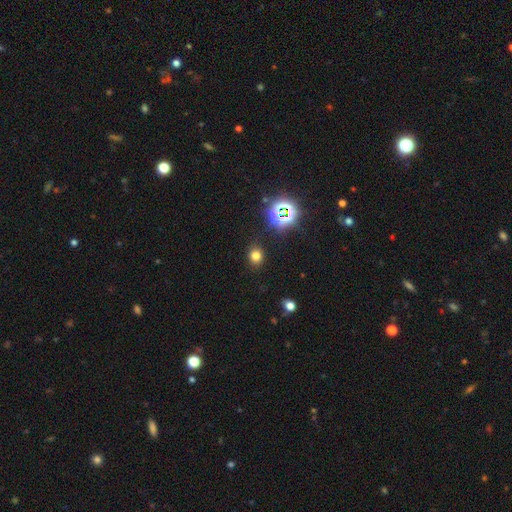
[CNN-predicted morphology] Smooth or featured? smooth (71%)
How rounded? round (76%)
Merging? none (87%)